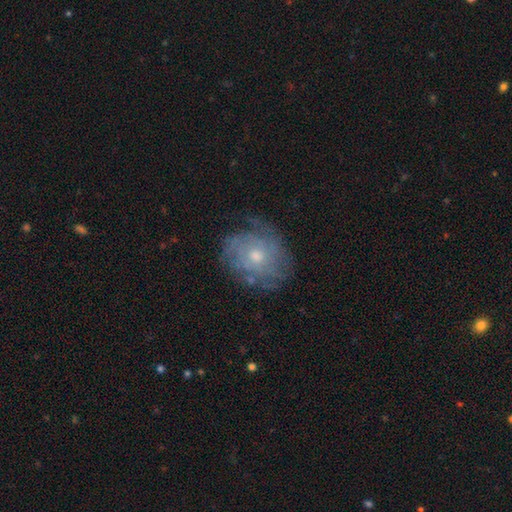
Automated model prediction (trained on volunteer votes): Smooth or featured? Predicted: featured or disk (p=0.66). Edge-on disk? Predicted: no (p=0.97). Bar? Predicted: no (p=0.83). Spiral arms? Predicted: yes (p=0.75). Bulge size? Predicted: moderate (p=0.57). Merging? Predicted: none (p=0.68).